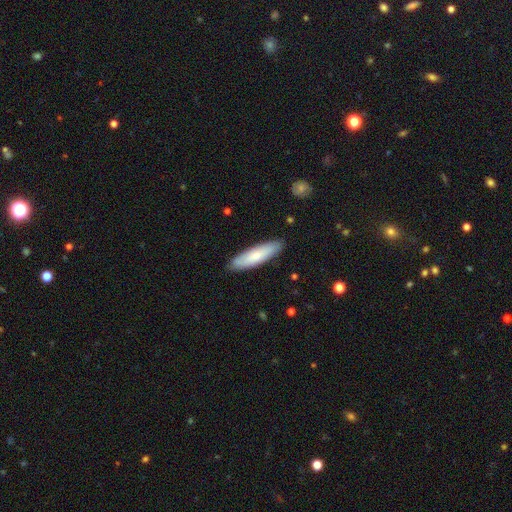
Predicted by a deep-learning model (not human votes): Smooth or featured? smooth (71%)
How rounded? cigar-shaped (67%)
Merging? none (87%)